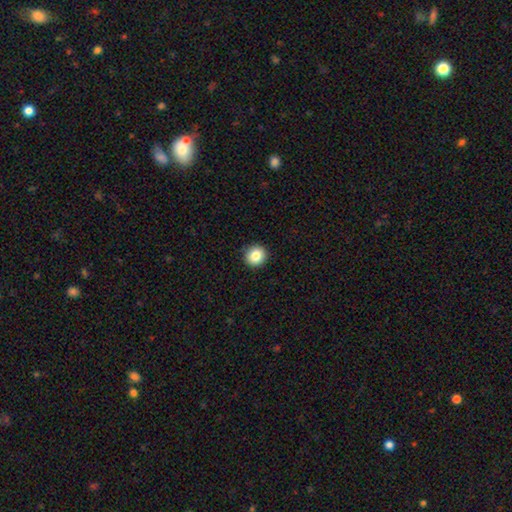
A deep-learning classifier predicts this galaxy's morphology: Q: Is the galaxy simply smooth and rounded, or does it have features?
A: smooth — 84%.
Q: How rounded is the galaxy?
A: round — 93%.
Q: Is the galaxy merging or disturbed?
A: none — 92%.